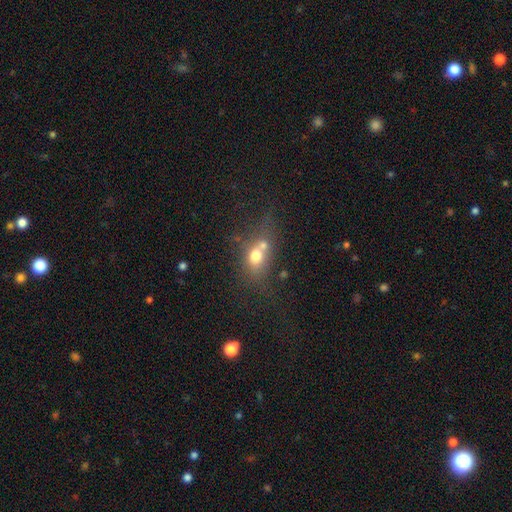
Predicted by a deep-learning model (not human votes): A smooth galaxy with no disk features (65%) that is in between round and cigar-shaped (50%). Merging: merger (53%).